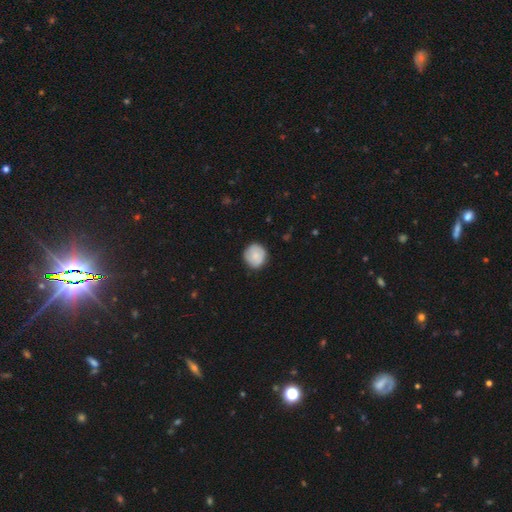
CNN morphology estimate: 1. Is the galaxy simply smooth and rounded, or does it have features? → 77% smooth, 16% featured or disk, 7% star or artifact.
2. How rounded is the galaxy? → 90% round, 9% in between, 1% cigar-shaped.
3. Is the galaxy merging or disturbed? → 84% none, 12% minor disturbance, 2% major disturbance, 1% merger.